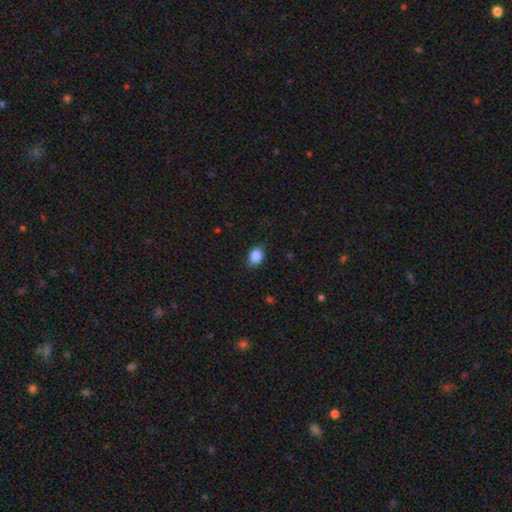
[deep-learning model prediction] A smooth galaxy with no disk features (87%) that is in between round and cigar-shaped (59%).

Vote fractions:
- Smooth or featured? smooth: 87% / star or artifact: 9% / featured or disk: 4%
- How rounded? in between: 59% / round: 40% / cigar-shaped: 1%
- Merging? none: 74% / minor disturbance: 22% / major disturbance: 4% / merger: 1%